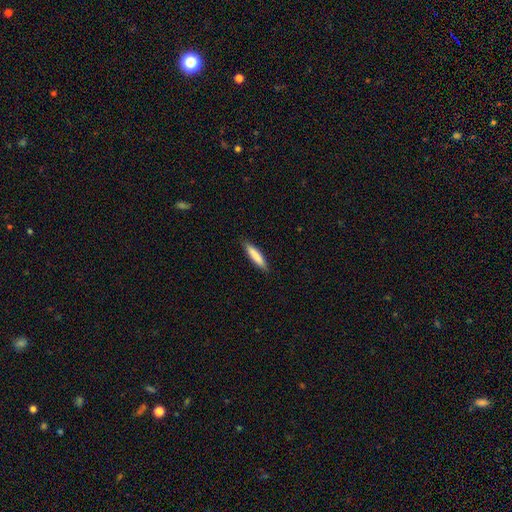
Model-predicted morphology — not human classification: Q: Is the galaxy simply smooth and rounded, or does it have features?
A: smooth — 83%.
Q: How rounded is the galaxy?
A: cigar-shaped — 83%.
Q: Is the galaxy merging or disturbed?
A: none — 88%.